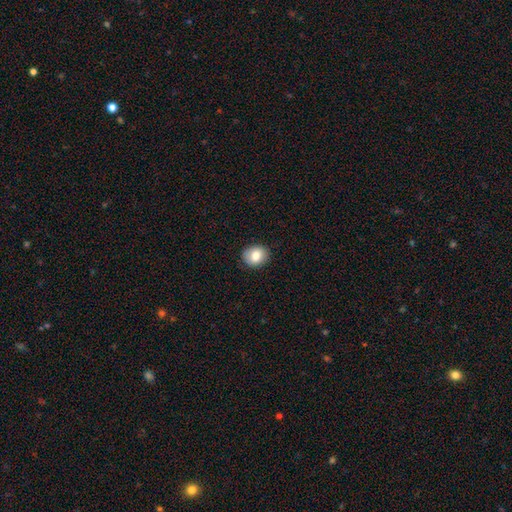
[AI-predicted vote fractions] Smooth or featured: smooth — 82% (featured or disk — 10%)
How rounded: round — 63% (in between — 36%)
Merging: none — 88% (minor disturbance — 9%)